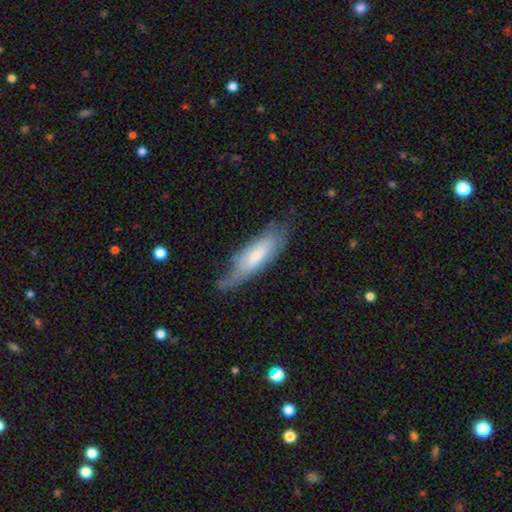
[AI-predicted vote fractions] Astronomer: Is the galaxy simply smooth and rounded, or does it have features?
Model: smooth — 58% (runner-up: featured or disk, 36%).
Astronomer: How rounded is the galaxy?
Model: in between — 51% (runner-up: cigar-shaped, 47%).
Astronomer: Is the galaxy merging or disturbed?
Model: none — 52% (runner-up: minor disturbance, 31%).